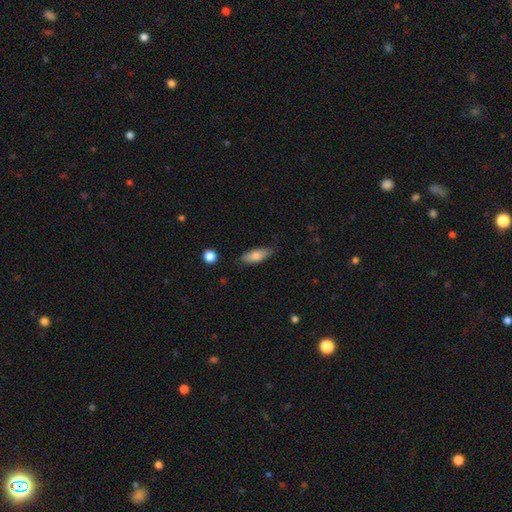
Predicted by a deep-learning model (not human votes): Q: Smooth or featured?
A: smooth (80%); runner-up: featured or disk (14%)
Q: How rounded?
A: in between (67%); runner-up: cigar-shaped (31%)
Q: Merging?
A: none (79%); runner-up: minor disturbance (17%)